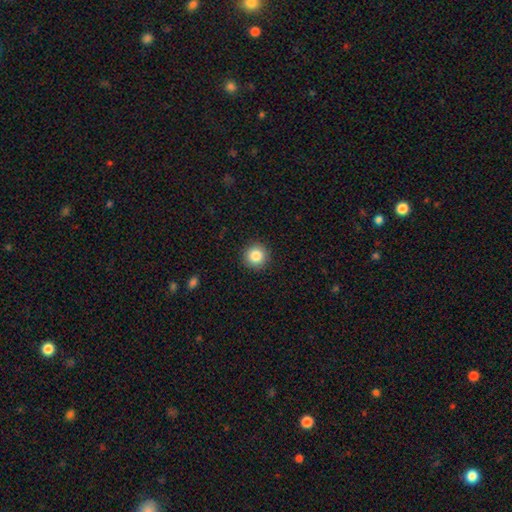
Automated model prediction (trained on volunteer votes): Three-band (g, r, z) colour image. It shows a smooth galaxy with no disk features (85%) that is round (95%). Merging: none (92%).